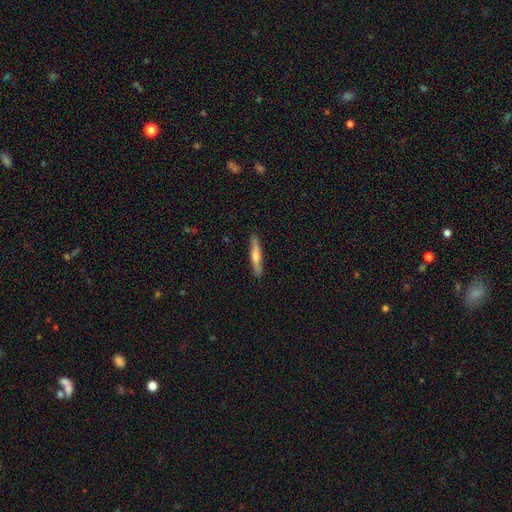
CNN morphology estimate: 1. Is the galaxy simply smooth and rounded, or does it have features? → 53% smooth, 41% featured or disk, 6% star or artifact.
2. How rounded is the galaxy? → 92% cigar-shaped, 7% in between, 2% round.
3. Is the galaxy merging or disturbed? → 89% none, 8% minor disturbance, 2% major disturbance, 1% merger.